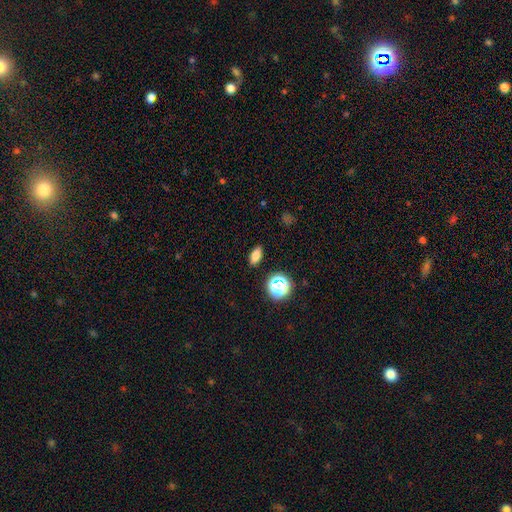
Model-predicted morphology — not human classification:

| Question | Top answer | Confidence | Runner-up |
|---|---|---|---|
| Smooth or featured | smooth | 77% | star or artifact (15%) |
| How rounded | in between | 79% | cigar-shaped (11%) |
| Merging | none | 88% | minor disturbance (8%) |